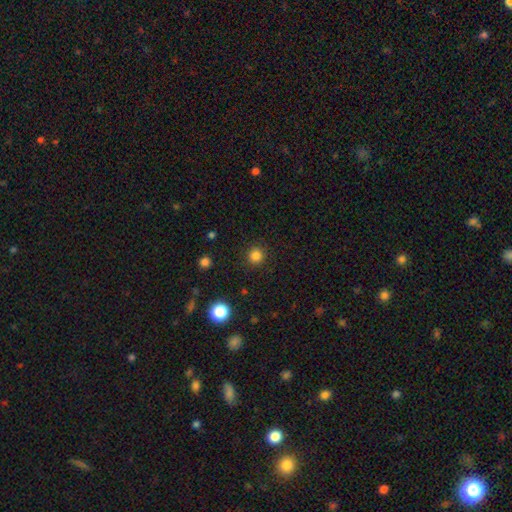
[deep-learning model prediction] This is clearly a smooth galaxy (83%). How rounded: clearly round (94%). Merging: clearly none (90%).